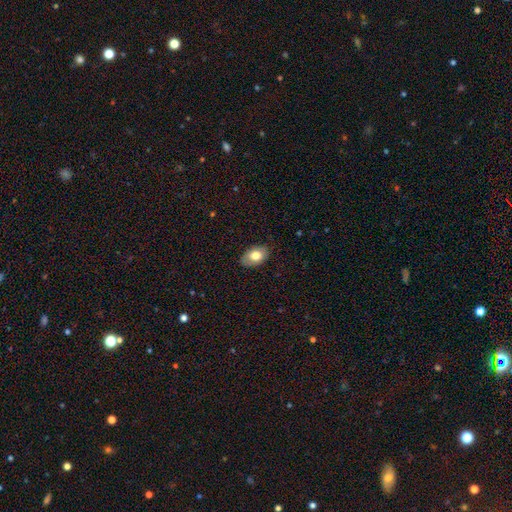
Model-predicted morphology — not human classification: Smooth or featured? Predicted: smooth (p=0.74). How rounded? Predicted: in between (p=0.87). Merging? Predicted: none (p=0.82).